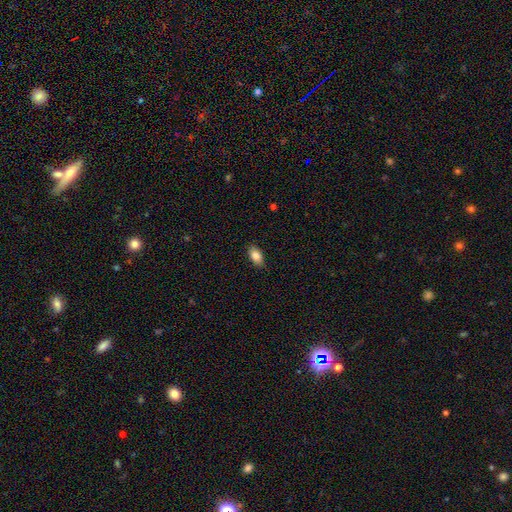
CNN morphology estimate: Smooth or featured? Predicted: smooth (p=0.84). How rounded? Predicted: in between (p=0.91). Merging? Predicted: none (p=0.88).